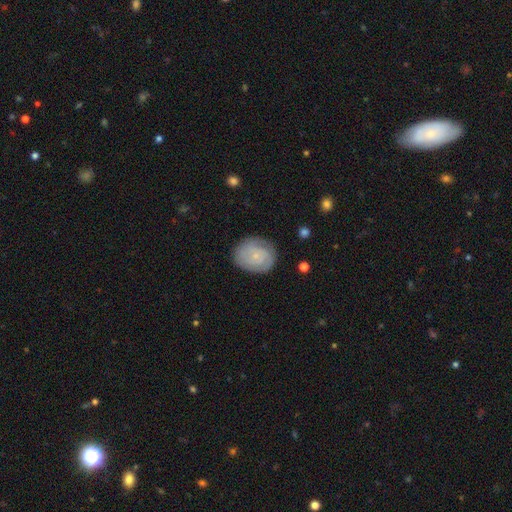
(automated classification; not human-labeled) Smooth or featured: featured or disk — 56% (smooth — 37%)
Edge-on disk: no — 97% (yes — 3%)
Bar: no — 80% (weak — 18%)
Spiral arms: yes — 84% (no — 16%)
Bulge size: small — 81% (moderate — 11%)
Merging: none — 77% (minor disturbance — 17%)